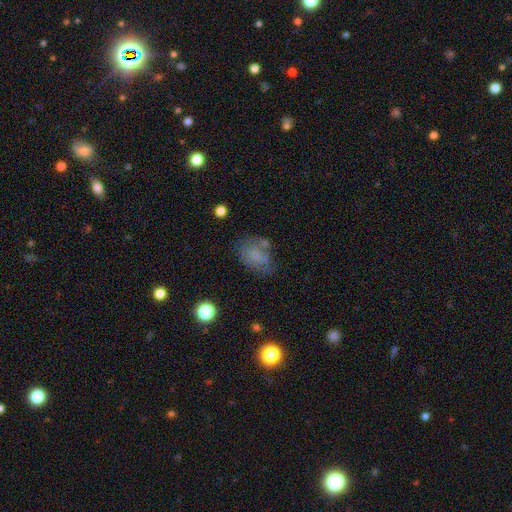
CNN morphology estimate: This appears to be a smooth galaxy with no disk features (60%) that is in between round and cigar-shaped (77%). Merging: none (51%).